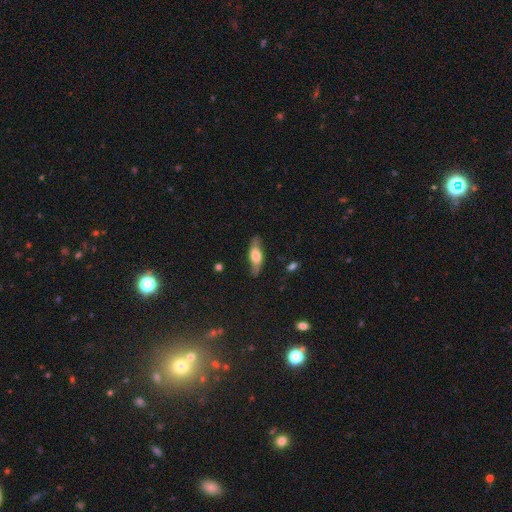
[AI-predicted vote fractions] smooth_or_featured: smooth (p=0.49) [alt: featured or disk p=0.45]
merging: none (p=0.80) [alt: minor disturbance p=0.15]